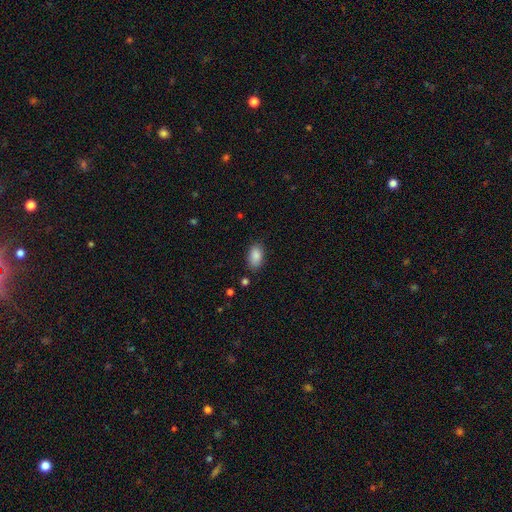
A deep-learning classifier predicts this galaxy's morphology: Smooth or featured: smooth — 88% (star or artifact — 7%)
How rounded: in between — 93% (round — 5%)
Merging: none — 82% (minor disturbance — 13%)